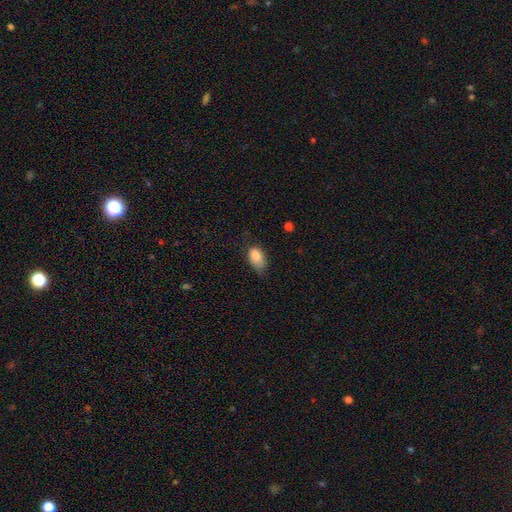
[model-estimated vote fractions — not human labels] smooth_or_featured: smooth (p=0.85) [alt: star or artifact p=0.08]
how_rounded: in between (p=0.89) [alt: round p=0.09]
merging: none (p=0.44) [alt: minor disturbance p=0.41]